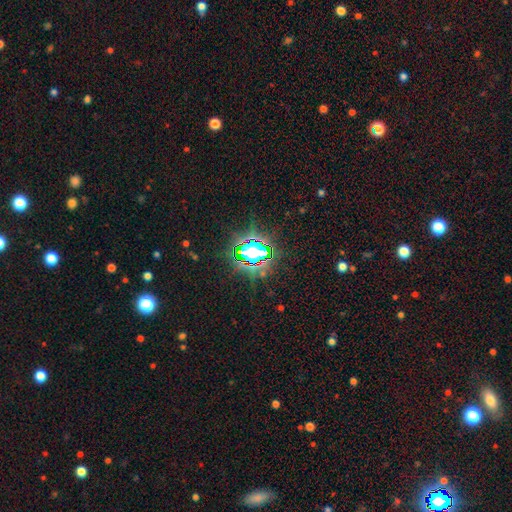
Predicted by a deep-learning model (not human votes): A star or artifact, not a galaxy (79%).